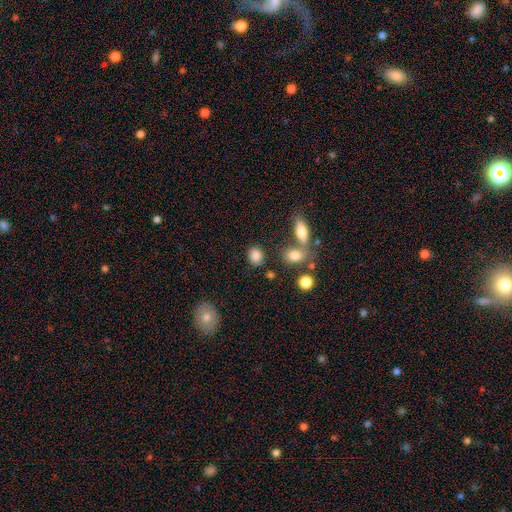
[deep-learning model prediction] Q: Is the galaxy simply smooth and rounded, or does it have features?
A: smooth — 84%.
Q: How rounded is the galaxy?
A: in between — 50%.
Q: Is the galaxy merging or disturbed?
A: none — 74%.